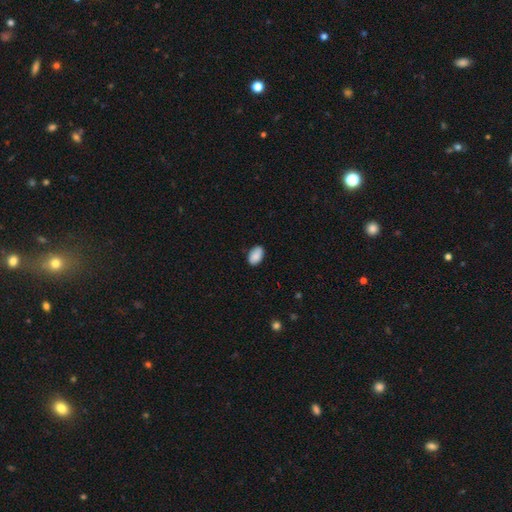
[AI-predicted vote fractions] A smooth galaxy with no disk features (89%) that is in between round and cigar-shaped (92%). Merging: none (85%).